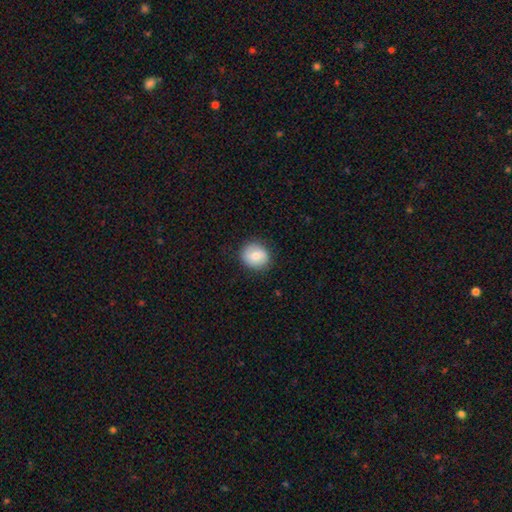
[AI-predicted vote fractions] The model was most divided on "how rounded": round: 79%, in between: 20%, cigar-shaped: 1%. More confident: merging — none (86%); smooth or featured — smooth (77%).